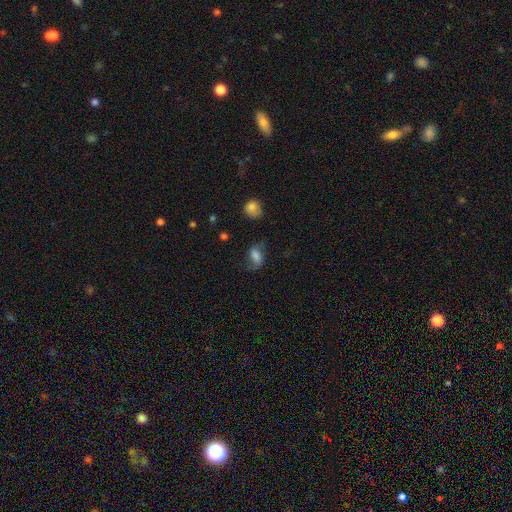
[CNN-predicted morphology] Smooth or featured? Predicted: smooth (p=0.58). How rounded? Predicted: in between (p=0.83). Merging? Predicted: none (p=0.57).